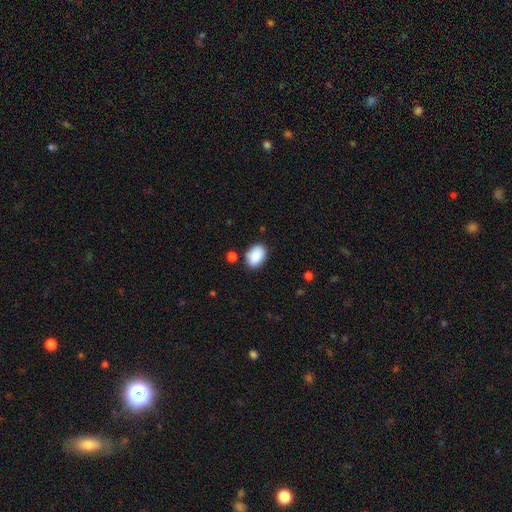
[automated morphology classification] smooth_or_featured: smooth (p=0.89) [alt: star or artifact p=0.07]
how_rounded: in between (p=0.83) [alt: round p=0.16]
merging: none (p=0.80) [alt: minor disturbance p=0.13]